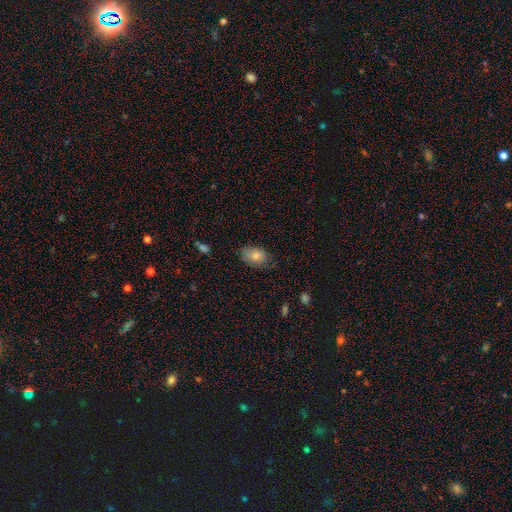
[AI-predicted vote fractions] Smooth or featured? smooth (80%)
How rounded? in between (88%)
Merging? none (69%)